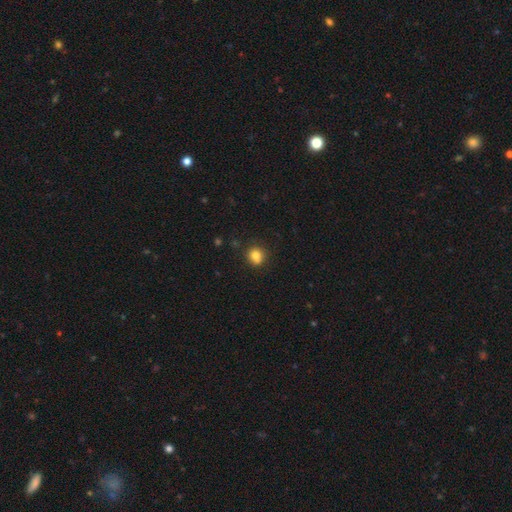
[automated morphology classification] A smooth galaxy with no disk features (81%) that is round (83%).

Vote fractions:
- Smooth or featured? smooth: 81% / star or artifact: 11% / featured or disk: 7%
- How rounded? round: 83% / in between: 16% / cigar-shaped: 1%
- Merging? none: 77% / minor disturbance: 14% / merger: 6% / major disturbance: 3%